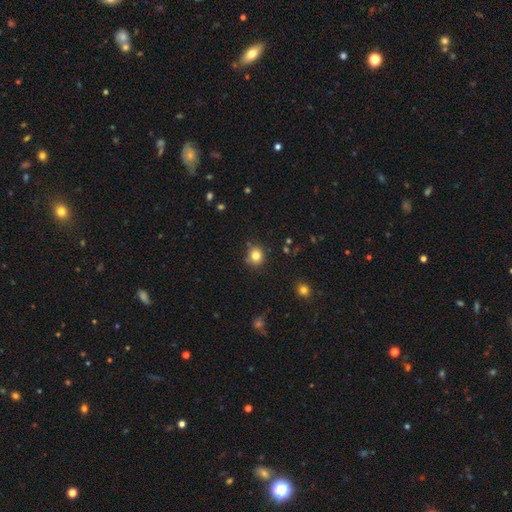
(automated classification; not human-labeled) Smooth or featured: smooth — 81% (star or artifact — 13%)
How rounded: round — 83% (in between — 17%)
Merging: none — 81% (minor disturbance — 12%)